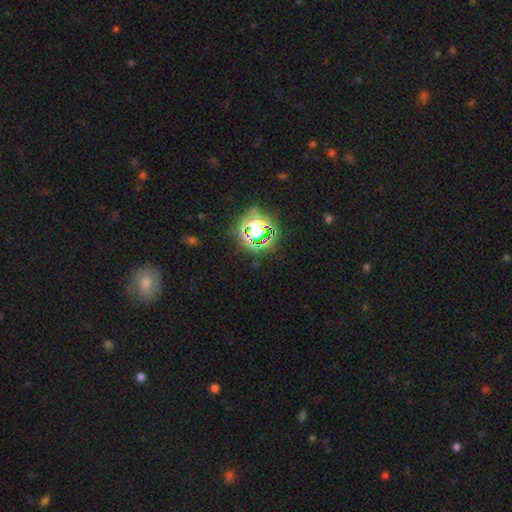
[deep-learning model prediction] Overall: star or artifact (74%).